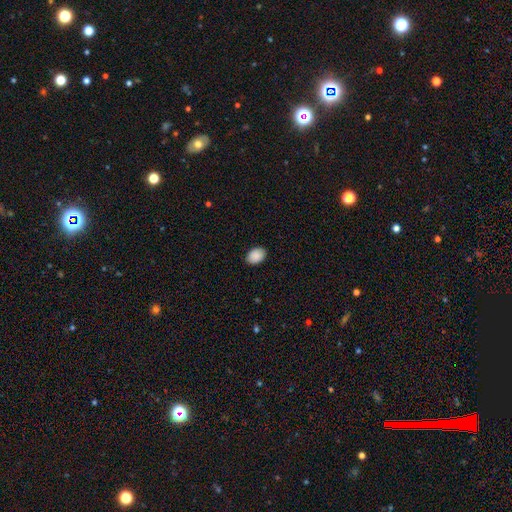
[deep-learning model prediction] Q: Smooth or featured?
A: smooth (90%); runner-up: star or artifact (7%)
Q: How rounded?
A: in between (80%); runner-up: round (19%)
Q: Merging?
A: none (90%); runner-up: minor disturbance (7%)